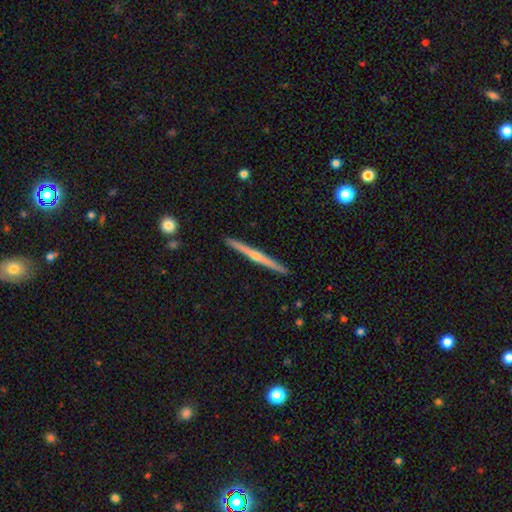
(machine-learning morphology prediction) Smooth or featured: featured or disk — 76% (smooth — 19%)
Edge-on disk: yes — 98% (no — 2%)
Edge-on bulge: rounded — 80% (none — 16%)
Merging: none — 92% (minor disturbance — 5%)